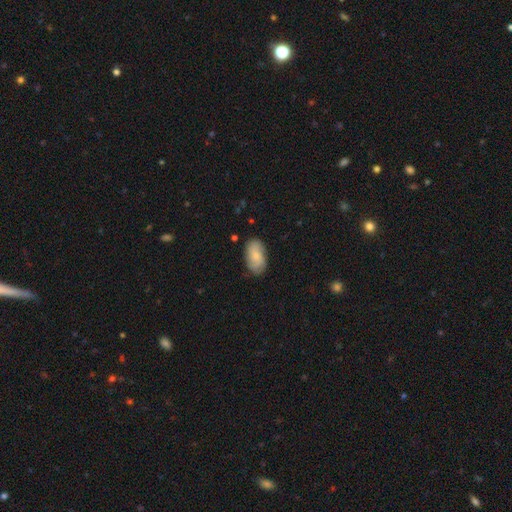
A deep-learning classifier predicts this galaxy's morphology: Smooth or featured? Predicted: smooth (p=0.65). How rounded? Predicted: in between (p=0.93). Merging? Predicted: none (p=0.79).